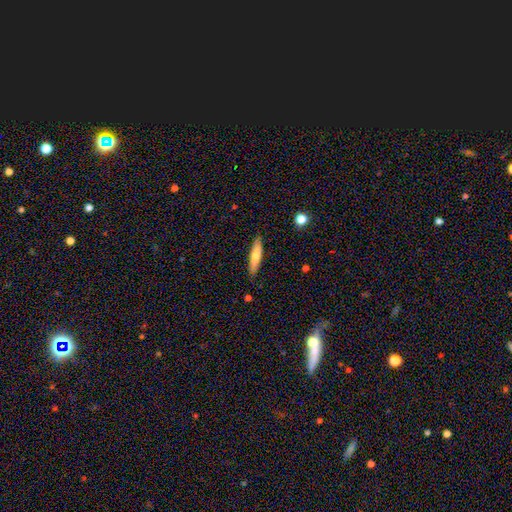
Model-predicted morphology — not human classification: Smooth or featured: smooth — 69% (featured or disk — 25%)
How rounded: cigar-shaped — 83% (in between — 16%)
Merging: none — 88% (minor disturbance — 9%)